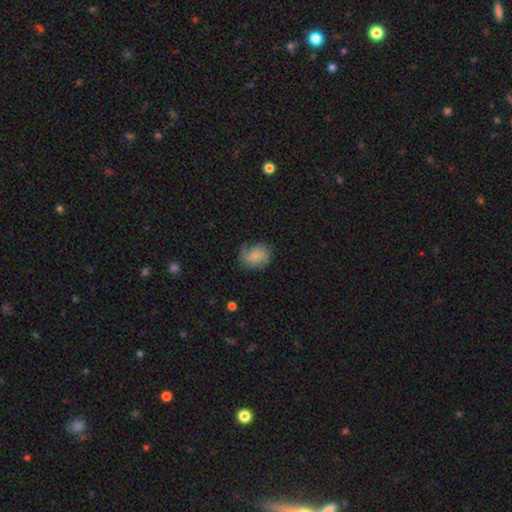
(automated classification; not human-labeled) A smooth galaxy with no disk features (65%) that is in between round and cigar-shaped (52%). Merging: none (54%).